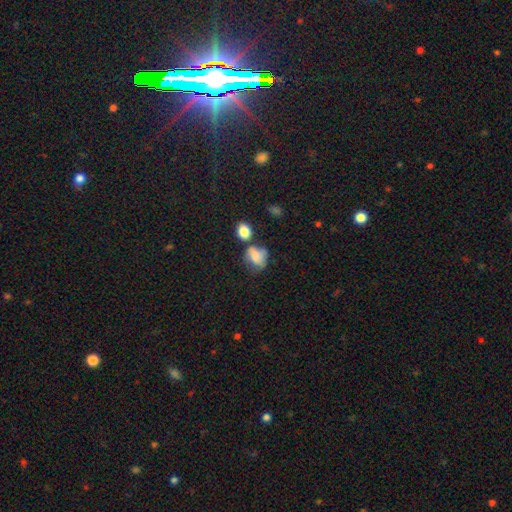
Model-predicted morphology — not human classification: Smooth or featured? Predicted: smooth (p=0.64). How rounded? Predicted: in between (p=0.50). Merging? Predicted: none (p=0.34).